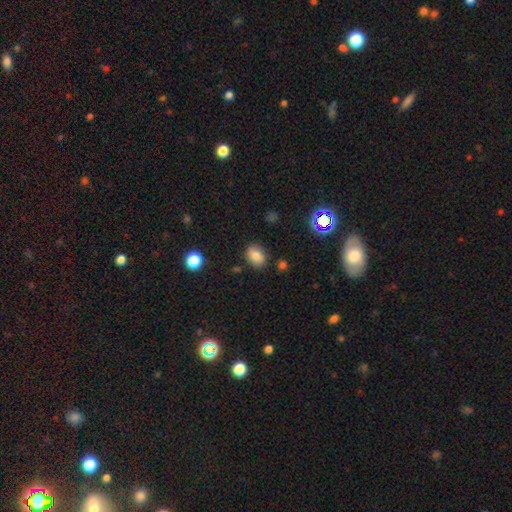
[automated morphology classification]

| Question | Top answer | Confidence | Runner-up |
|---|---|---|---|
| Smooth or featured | smooth | 81% | star or artifact (12%) |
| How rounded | in between | 72% | round (27%) |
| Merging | none | 82% | minor disturbance (12%) |